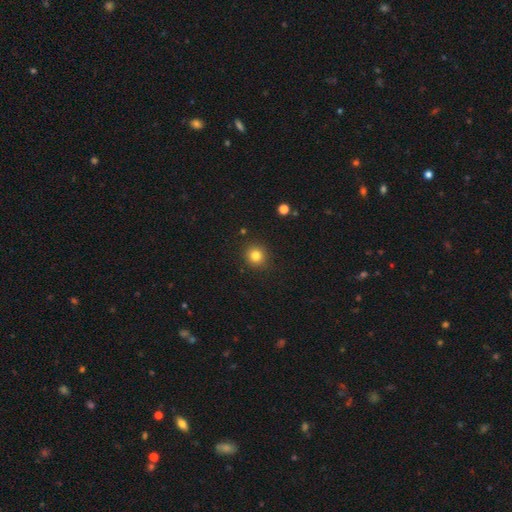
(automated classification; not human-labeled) This appears to be a smooth galaxy with no disk features (81%) that is round (89%). Merging: none (90%).